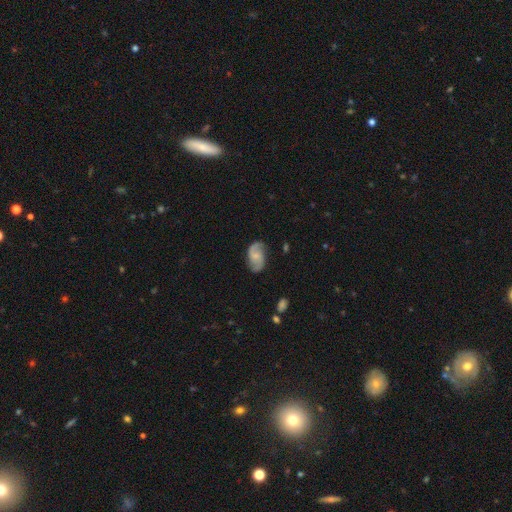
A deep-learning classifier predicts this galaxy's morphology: Smooth or featured: featured or disk — 74% (smooth — 19%)
Edge-on disk: no — 97% (yes — 3%)
Bar: no — 53% (weak — 40%)
Spiral arms: yes — 95% (no — 5%)
Spiral winding: loose — 44% (medium — 41%)
Spiral arm count: 2 — 90% (can't tell — 4%)
Bulge size: small — 52% (moderate — 25%)
Merging: none — 76% (minor disturbance — 18%)